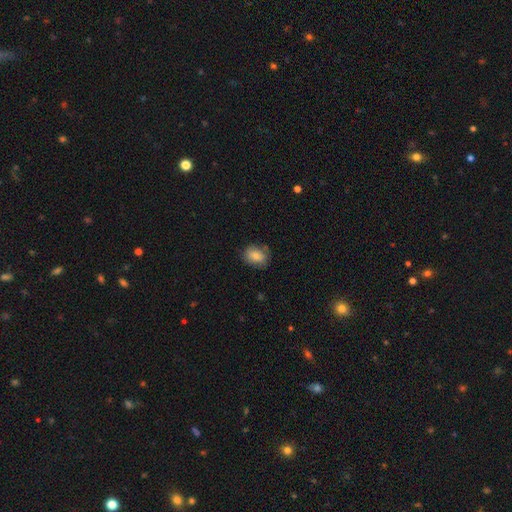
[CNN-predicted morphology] This is likely a smooth galaxy (79%). How rounded: likely in between (63%). Merging: likely none (74%).